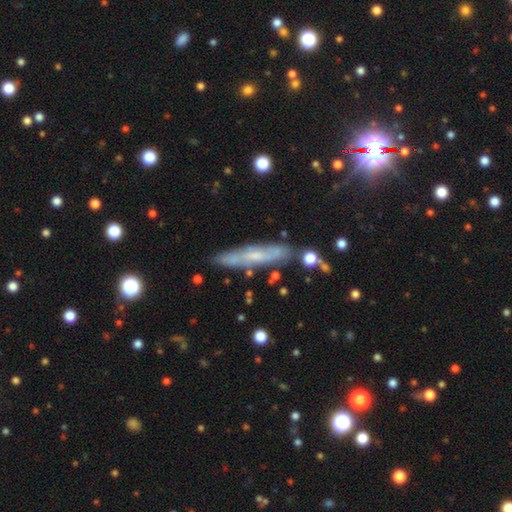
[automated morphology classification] This appears to be a featured or disk galaxy (51%) viewed edge-on (70%). Merging: none (78%).